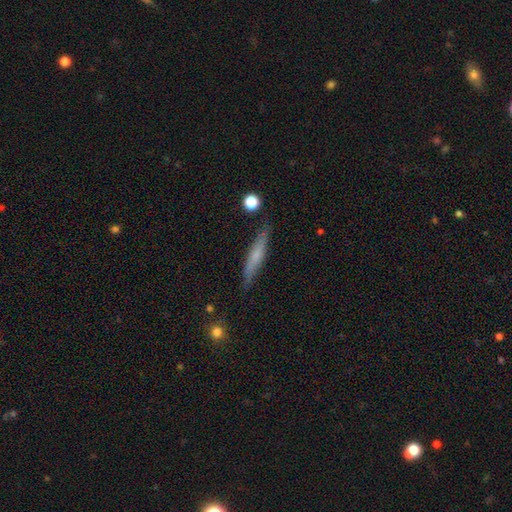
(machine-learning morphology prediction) type=smooth (52%); roundness=cigar-shaped (92%); merging=none (83%).